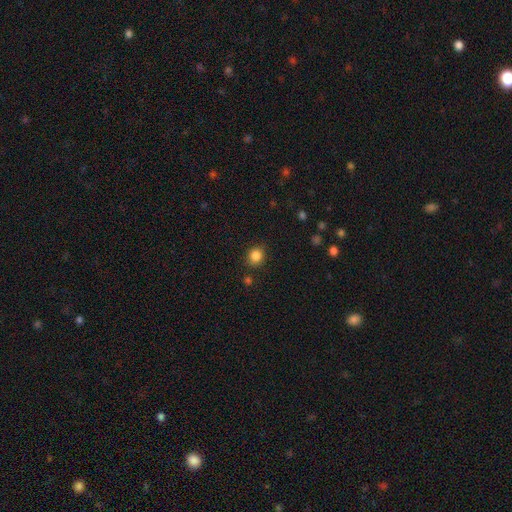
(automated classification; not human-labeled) Q: Smooth or featured?
A: smooth (85%); runner-up: star or artifact (11%)
Q: How rounded?
A: round (77%); runner-up: in between (22%)
Q: Merging?
A: none (86%); runner-up: minor disturbance (9%)